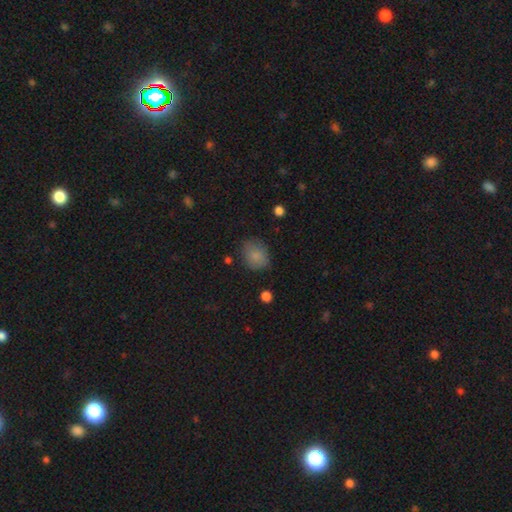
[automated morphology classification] This is clearly a smooth galaxy (83%). How rounded: likely round (66%). Merging: likely none (73%).